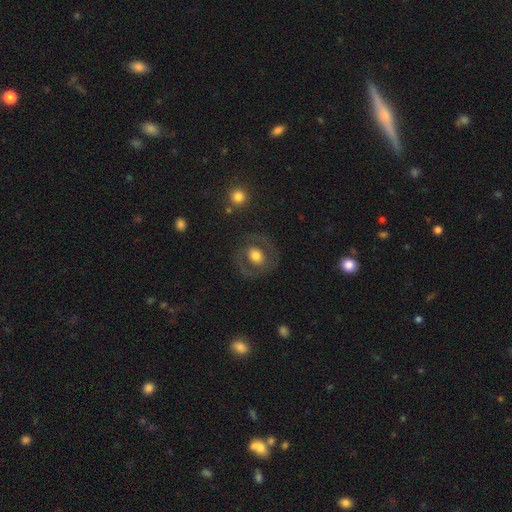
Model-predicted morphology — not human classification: smooth_or_featured: featured or disk (p=0.48) [alt: smooth p=0.44]
merging: none (p=0.77) [alt: minor disturbance p=0.12]